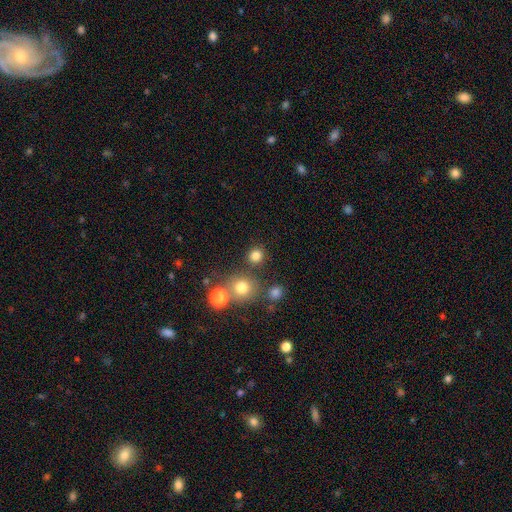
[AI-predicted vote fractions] Overall: smooth (79%). How rounded: round (89%). Merging: none (80%).